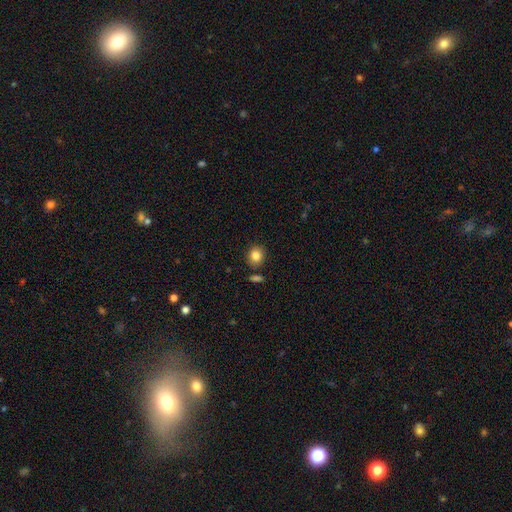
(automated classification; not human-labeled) Q: Smooth or featured?
A: smooth (84%); runner-up: star or artifact (10%)
Q: How rounded?
A: round (73%); runner-up: in between (26%)
Q: Merging?
A: none (83%); runner-up: minor disturbance (9%)